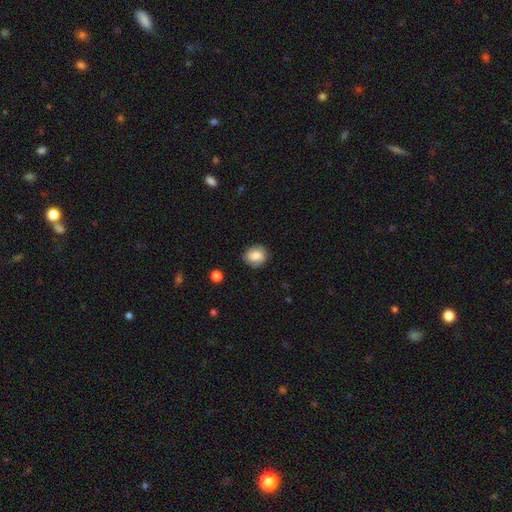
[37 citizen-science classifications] smooth-or-featured: smooth: 73% | featured or disk: 22% | star or artifact: 5%
  how-rounded: round: 67% | in between: 33% | cigar-shaped: 0%
  merging: none: 71% | minor disturbance: 23% | major disturbance: 3% | merger: 3%